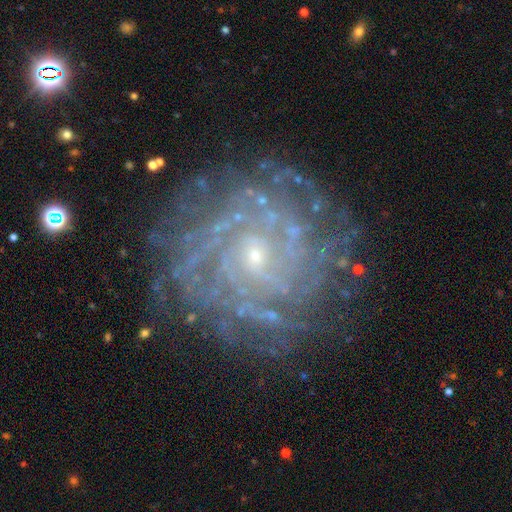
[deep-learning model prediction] This appears to be a featured or disk galaxy (86%) with no bar (66%), tight (79%) spiral arms (95%) and a small central bulge (81%). Merging: none (78%).